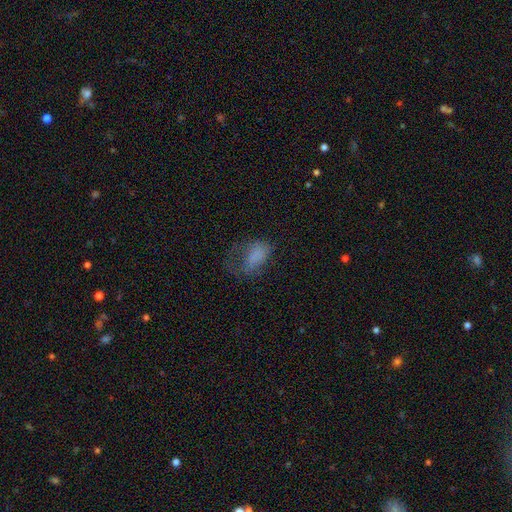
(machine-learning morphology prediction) Smooth or featured? smooth (67%)
How rounded? in between (89%)
Merging? major disturbance (47%)